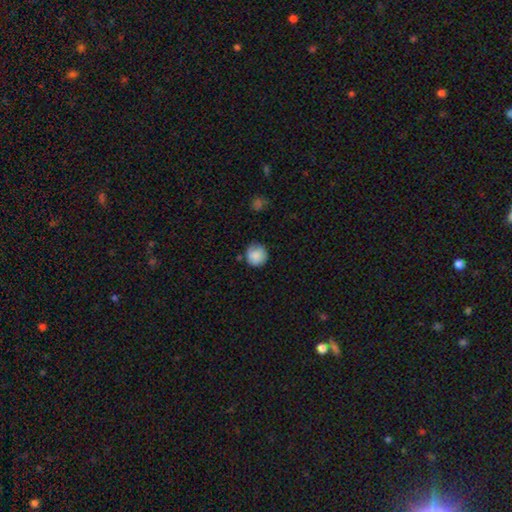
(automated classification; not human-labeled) This appears to be a smooth galaxy with no disk features (85%) that is round (93%). Merging: none (76%).